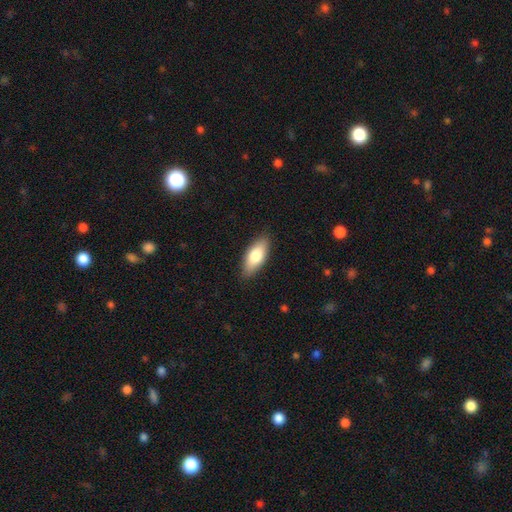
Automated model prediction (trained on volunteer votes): A smooth galaxy with no disk features (77%) that is in between round and cigar-shaped (80%). Merging: none (87%).